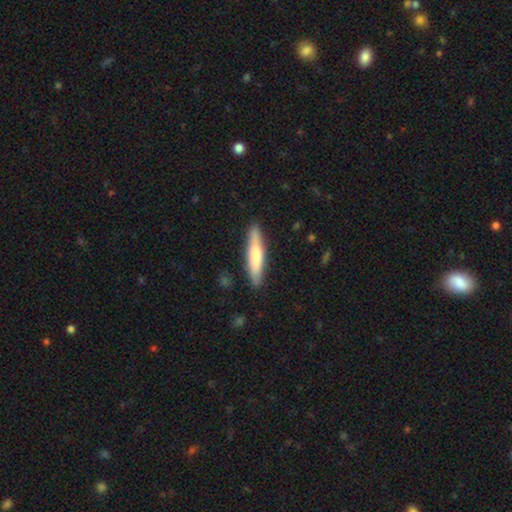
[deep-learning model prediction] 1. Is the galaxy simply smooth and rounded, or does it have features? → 68% smooth, 26% featured or disk, 5% star or artifact.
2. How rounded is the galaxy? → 85% cigar-shaped, 14% in between, 1% round.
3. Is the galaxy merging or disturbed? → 88% none, 9% minor disturbance, 2% major disturbance, 1% merger.